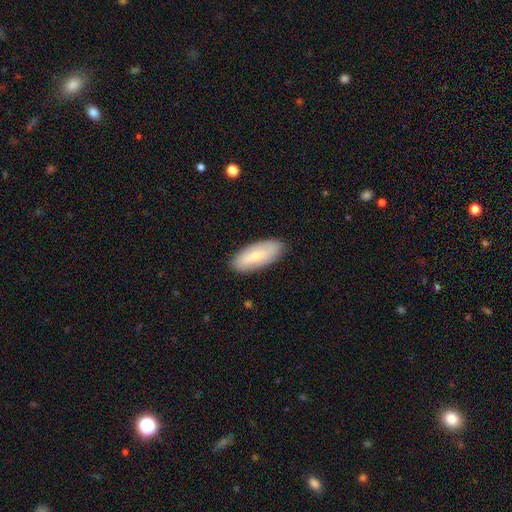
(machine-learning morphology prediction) smooth-or-featured: smooth: 63% | featured or disk: 31% | star or artifact: 6%
  how-rounded: in between: 80% | cigar-shaped: 18% | round: 2%
  merging: none: 86% | minor disturbance: 11% | major disturbance: 2% | merger: 1%